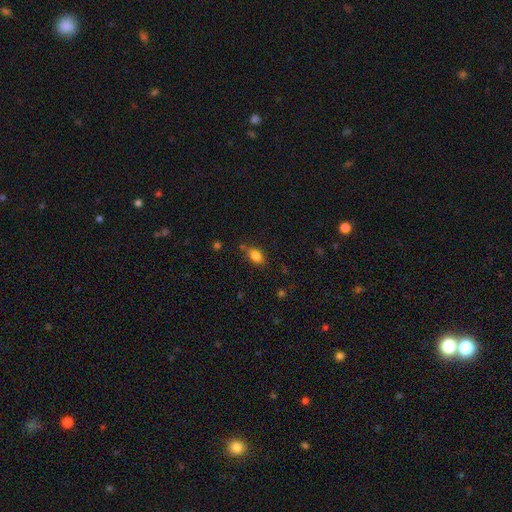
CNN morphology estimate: smooth-or-featured: smooth: 83% | star or artifact: 10% | featured or disk: 7%
  how-rounded: in between: 85% | round: 12% | cigar-shaped: 3%
  merging: none: 74% | minor disturbance: 17% | merger: 5% | major disturbance: 4%